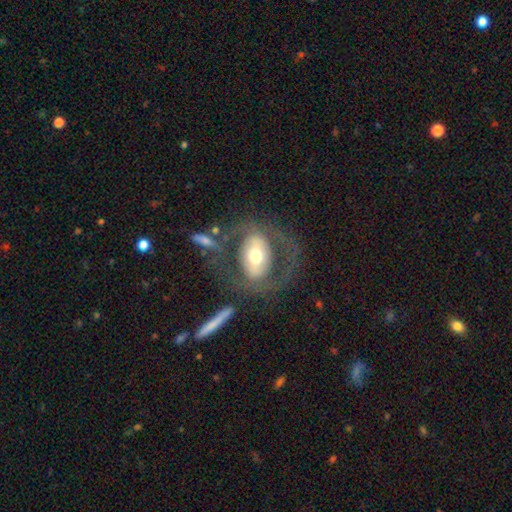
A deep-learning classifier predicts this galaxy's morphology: smooth-or-featured: featured or disk: 61% | smooth: 33% | star or artifact: 6%
  disk-edge-on: no: 92% | yes: 8%
    bar: no: 41% | strong: 33% | weak: 26%
    has-spiral-arms: no: 56% | yes: 44%
    bulge-size: moderate: 65% | large: 19% | small: 11% | dominant: 3% | none: 1%
  merging: none: 57% | major disturbance: 22% | minor disturbance: 14% | merger: 7%